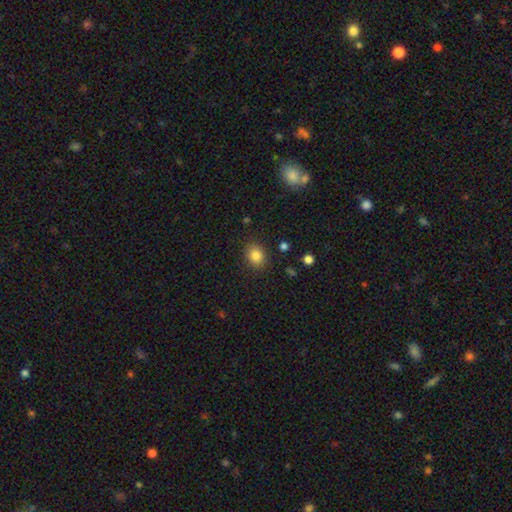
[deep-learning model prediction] This appears to be a smooth galaxy with no disk features (83%) that is round (55%). Merging: none (86%).